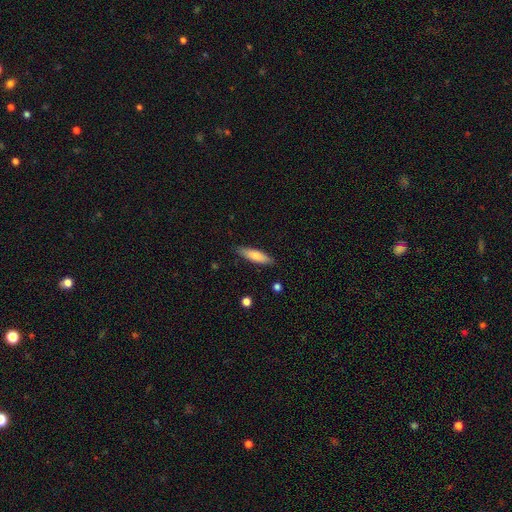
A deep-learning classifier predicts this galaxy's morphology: smooth-or-featured: smooth: 76% | featured or disk: 18% | star or artifact: 6%
  how-rounded: cigar-shaped: 62% | in between: 36% | round: 2%
  merging: none: 86% | minor disturbance: 11% | major disturbance: 2% | merger: 1%